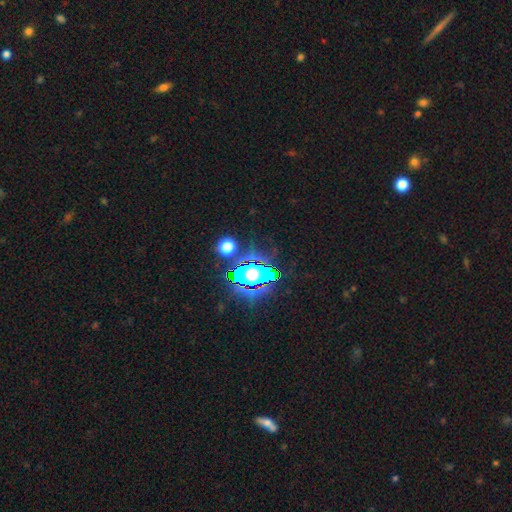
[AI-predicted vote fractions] This is clearly a star or artifact rather than a galaxy (83%).